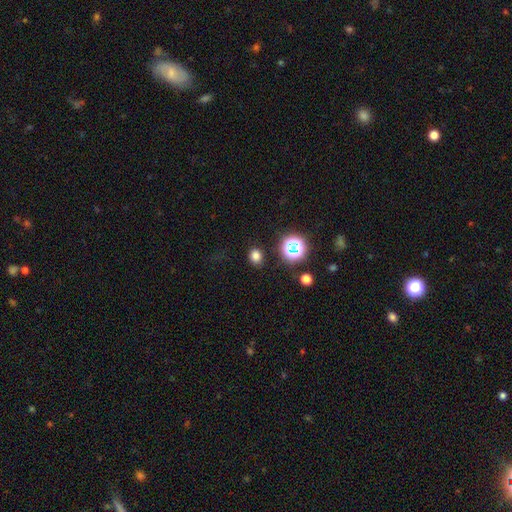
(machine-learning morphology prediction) Smooth or featured? smooth (74%)
How rounded? round (58%)
Merging? none (85%)